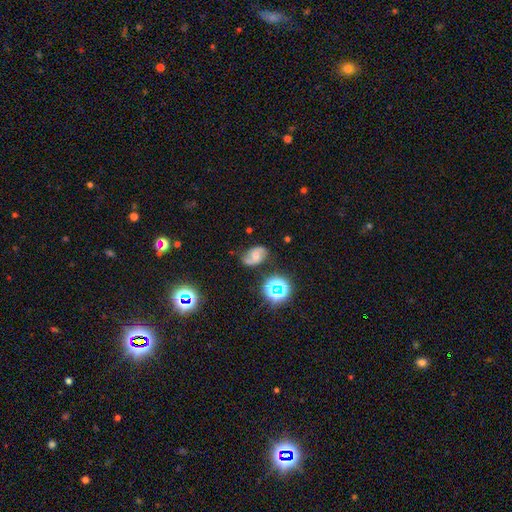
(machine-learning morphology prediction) This appears to be a featured or disk galaxy (61%) with no bar (57%), 2 (84%) medium (43%) spiral arms (90%) and a moderate central bulge (51%). Merging: none (68%).